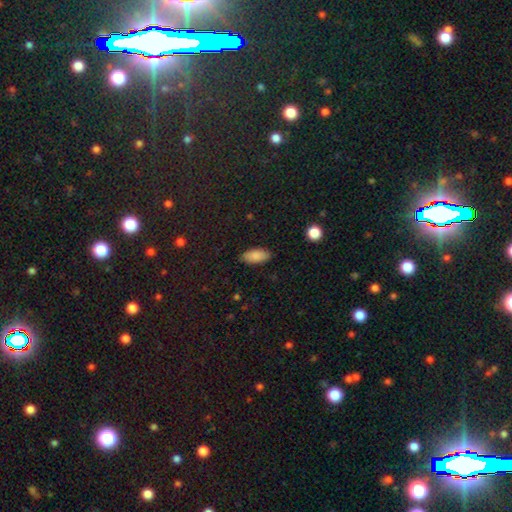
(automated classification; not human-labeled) smooth 86%, star or artifact 7%, featured or disk 6%. Down the decision tree: how rounded — in between (90%); merging — none (86%).